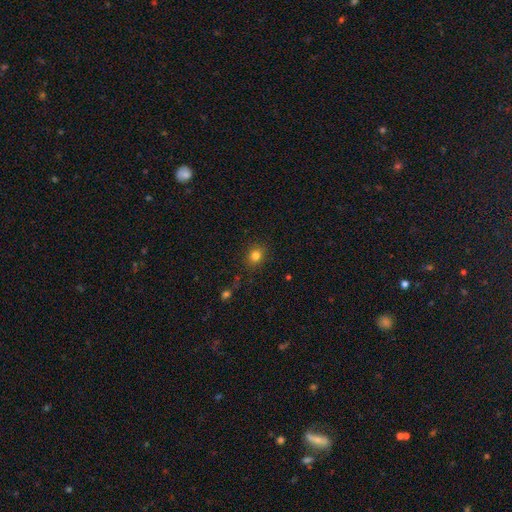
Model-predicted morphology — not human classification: The model was most divided on "how rounded": round: 76%, in between: 23%, cigar-shaped: 1%. More confident: merging — none (87%); smooth or featured — smooth (81%).